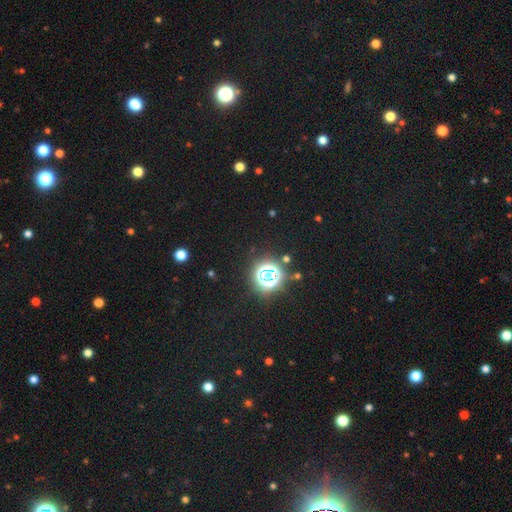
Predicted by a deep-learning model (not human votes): Smooth or featured? Predicted: star or artifact (p=0.77).